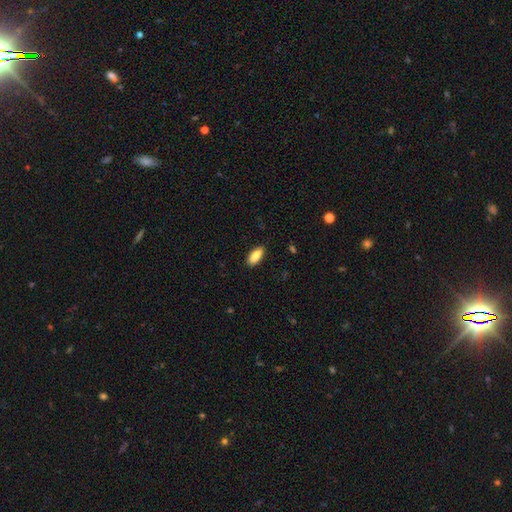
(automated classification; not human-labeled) This appears to be a smooth galaxy with no disk features (87%) that is in between round and cigar-shaped (83%). Merging: none (88%).